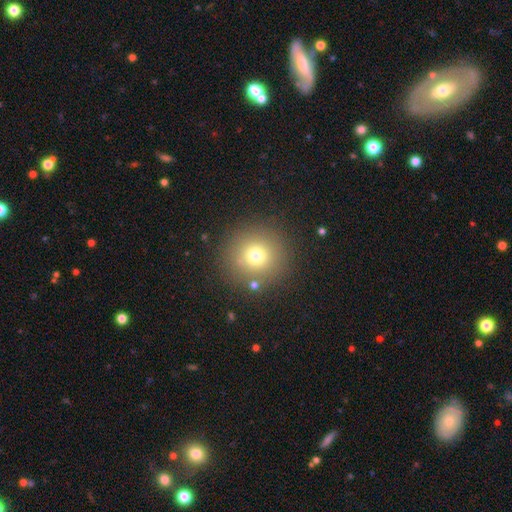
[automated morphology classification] Q: Smooth or featured?
A: smooth (72%); runner-up: star or artifact (16%)
Q: How rounded?
A: round (96%); runner-up: in between (4%)
Q: Merging?
A: none (86%); runner-up: minor disturbance (7%)